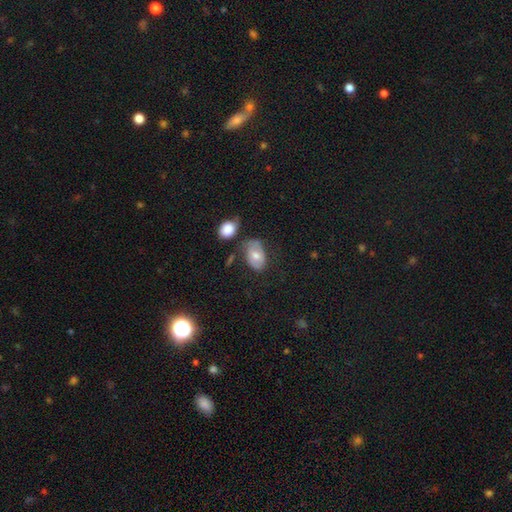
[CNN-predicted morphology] Q: Smooth or featured?
A: smooth (64%); runner-up: featured or disk (29%)
Q: How rounded?
A: in between (86%); runner-up: round (12%)
Q: Merging?
A: none (48%); runner-up: minor disturbance (27%)